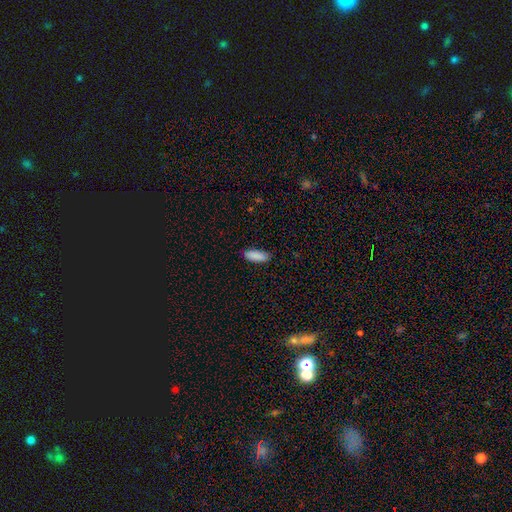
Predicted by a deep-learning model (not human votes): A smooth galaxy with no disk features (90%) that is in between round and cigar-shaped (67%).

Vote fractions:
- Smooth or featured? smooth: 90% / star or artifact: 6% / featured or disk: 4%
- How rounded? in between: 67% / cigar-shaped: 31% / round: 2%
- Merging? none: 87% / minor disturbance: 10% / major disturbance: 2% / merger: 1%